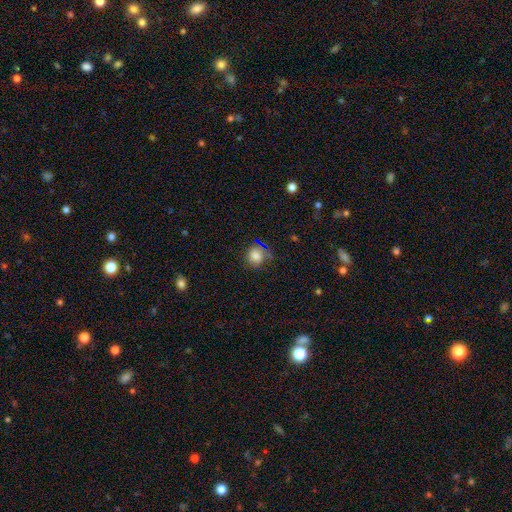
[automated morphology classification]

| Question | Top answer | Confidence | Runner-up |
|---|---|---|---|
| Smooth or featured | smooth | 77% | star or artifact (16%) |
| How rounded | round | 85% | in between (14%) |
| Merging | none | 77% | minor disturbance (15%) |